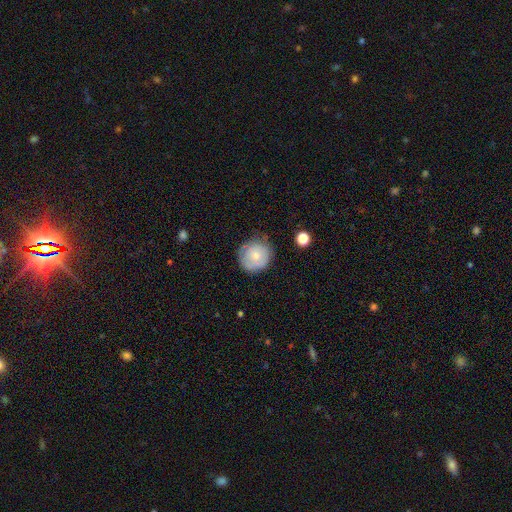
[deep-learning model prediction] smooth 70%, featured or disk 22%, star or artifact 8%. Down the decision tree: how rounded — round (89%); merging — none (69%).